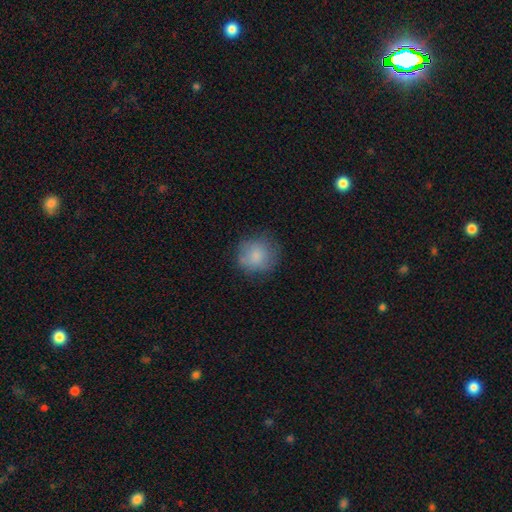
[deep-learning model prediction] smooth_or_featured: smooth (p=0.82) [alt: featured or disk p=0.10]
how_rounded: round (p=0.88) [alt: in between p=0.11]
merging: none (p=0.72) [alt: minor disturbance p=0.20]